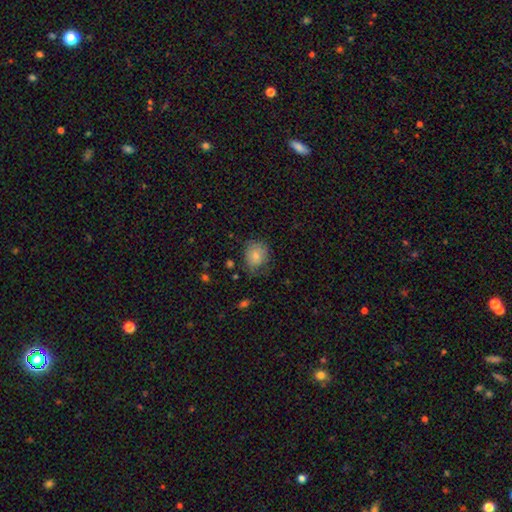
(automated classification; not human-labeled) Smooth or featured: smooth — 76% (featured or disk — 15%)
How rounded: round — 64% (in between — 35%)
Merging: none — 60% (minor disturbance — 28%)